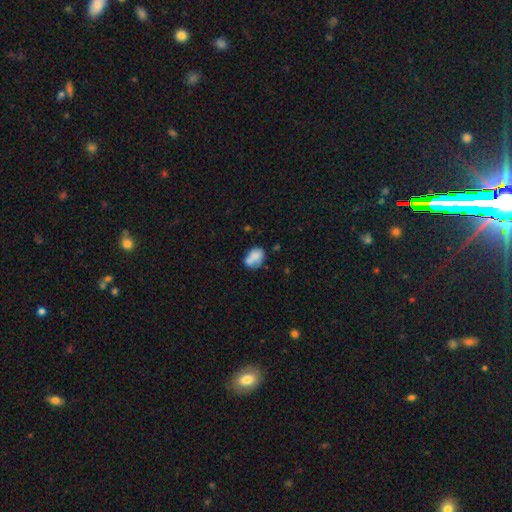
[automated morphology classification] This is likely a smooth galaxy (72%). How rounded: likely in between (78%). Merging: marginally none (44%).